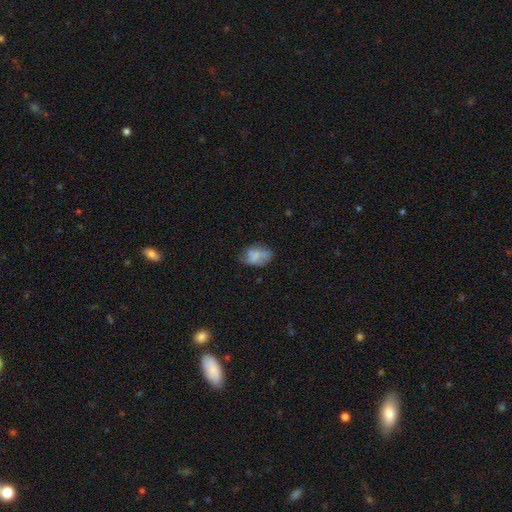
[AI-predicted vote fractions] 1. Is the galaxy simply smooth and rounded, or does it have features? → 60% smooth, 31% featured or disk, 10% star or artifact.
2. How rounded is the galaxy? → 84% in between, 14% round, 2% cigar-shaped.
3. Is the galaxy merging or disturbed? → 49% none, 28% minor disturbance, 14% major disturbance, 8% merger.